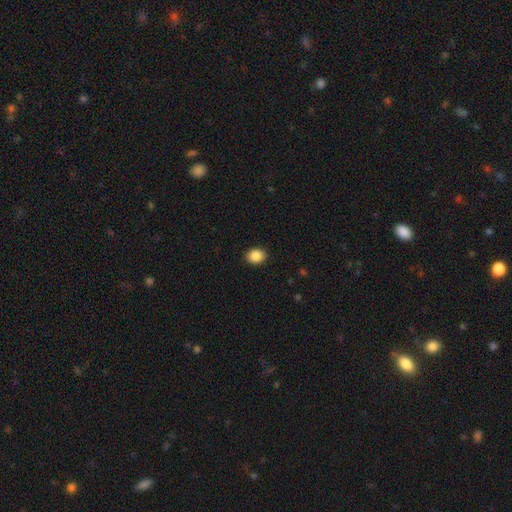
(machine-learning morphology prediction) Smooth or featured? smooth (87%)
How rounded? in between (58%)
Merging? none (91%)